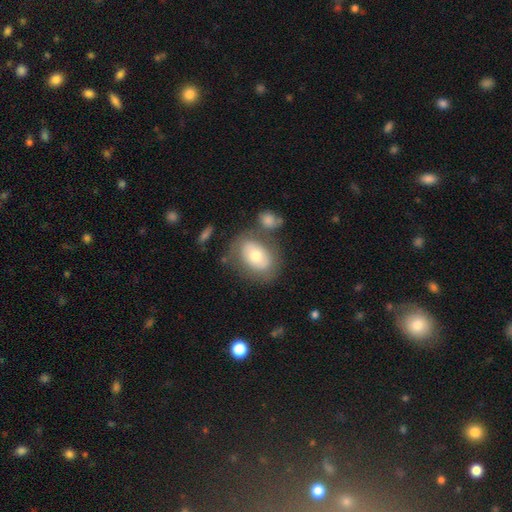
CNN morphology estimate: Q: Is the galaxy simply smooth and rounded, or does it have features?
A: smooth — 60%.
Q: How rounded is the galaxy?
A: in between — 74%.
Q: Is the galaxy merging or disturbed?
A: none — 59%.